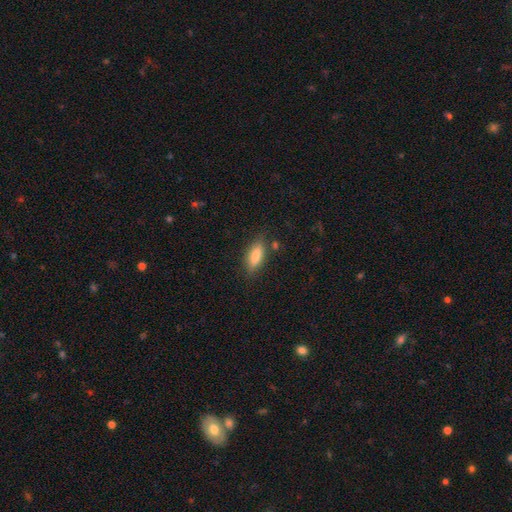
smooth-or-featured: smooth: 76% | featured or disk: 22% | star or artifact: 3%
  how-rounded: in between: 57% | cigar-shaped: 43% | round: 0%
  merging: none: 81% | minor disturbance: 11% | merger: 6% | major disturbance: 3%